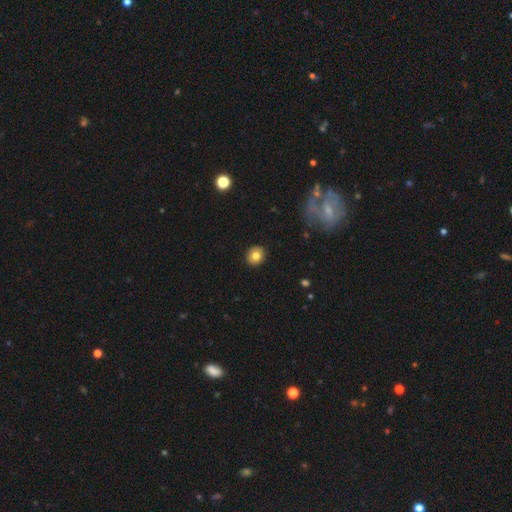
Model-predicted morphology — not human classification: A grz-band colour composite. It shows a smooth galaxy with no disk features (81%) that is round (81%). Merging: none (91%).